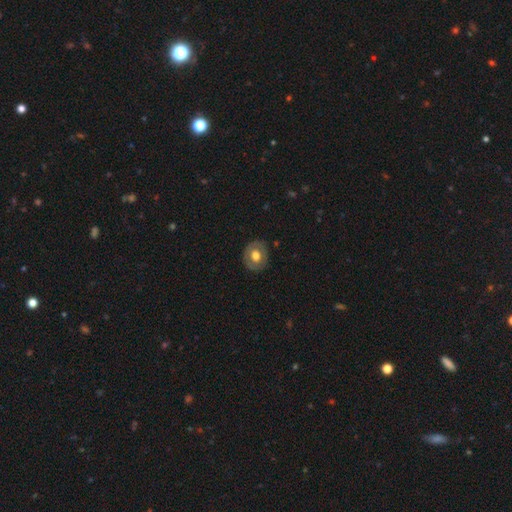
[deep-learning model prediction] smooth_or_featured: smooth (p=0.58) [alt: featured or disk p=0.36]
how_rounded: round (p=0.66) [alt: in between p=0.33]
merging: none (p=0.84) [alt: minor disturbance p=0.12]